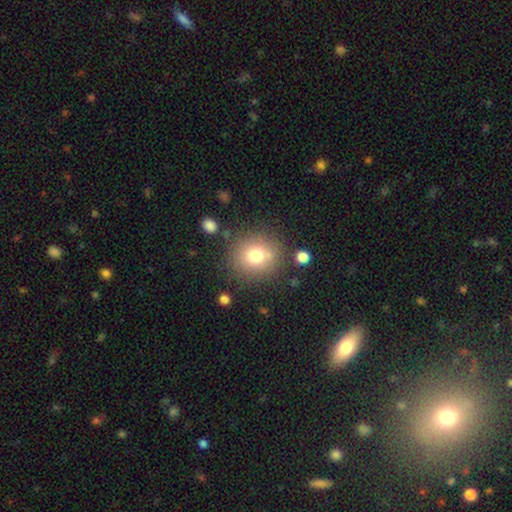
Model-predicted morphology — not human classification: Smooth or featured? smooth (74%)
How rounded? round (86%)
Merging? none (78%)